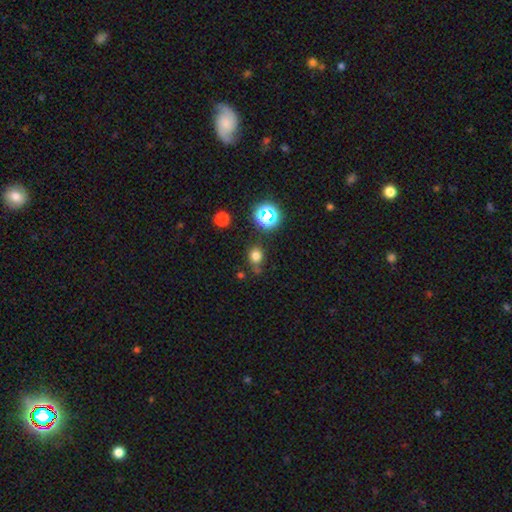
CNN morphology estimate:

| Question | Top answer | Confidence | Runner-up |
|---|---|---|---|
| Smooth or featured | smooth | 73% | star or artifact (20%) |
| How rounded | round | 74% | in between (24%) |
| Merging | none | 68% | minor disturbance (18%) |